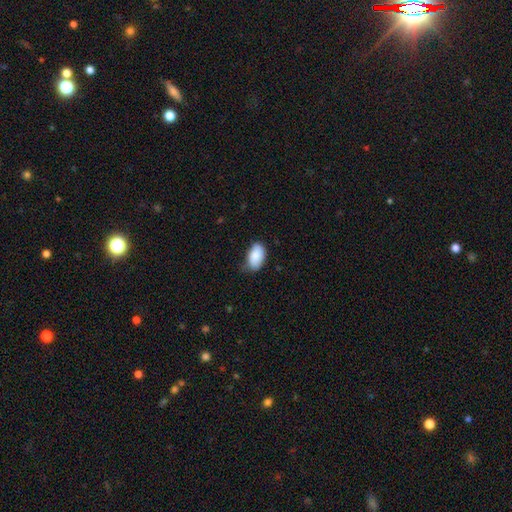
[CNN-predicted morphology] Smooth or featured? smooth (88%)
How rounded? in between (93%)
Merging? none (65%)